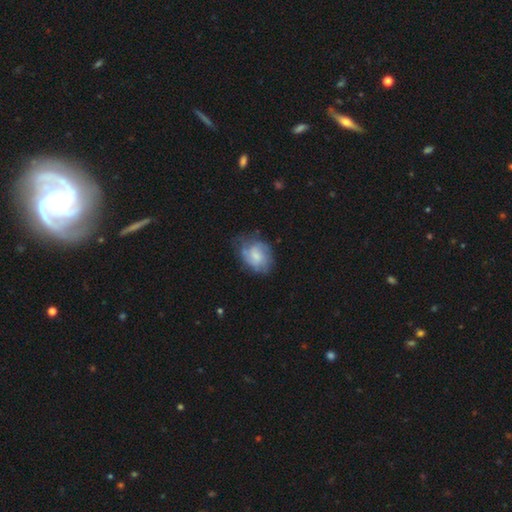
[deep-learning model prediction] The model was most divided on "smooth or featured": smooth: 52%, featured or disk: 40%, star or artifact: 7%. More confident: how rounded — in between (62%); merging — none (53%).